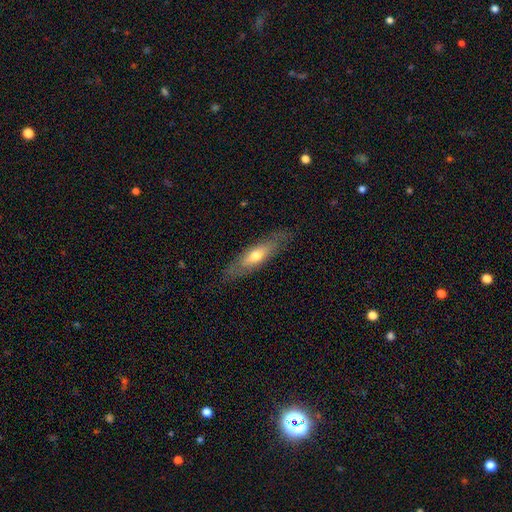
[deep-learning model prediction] Smooth or featured: smooth — 54% (featured or disk — 40%)
How rounded: cigar-shaped — 55% (in between — 42%)
Merging: none — 82% (minor disturbance — 13%)